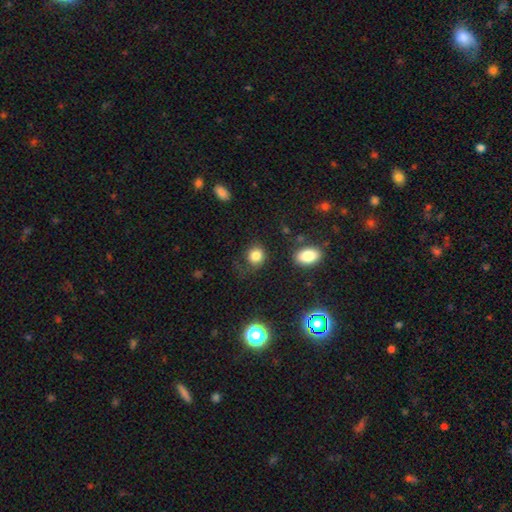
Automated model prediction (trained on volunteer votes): Smooth or featured: smooth — 83% (star or artifact — 11%)
How rounded: round — 71% (in between — 28%)
Merging: none — 68% (minor disturbance — 18%)